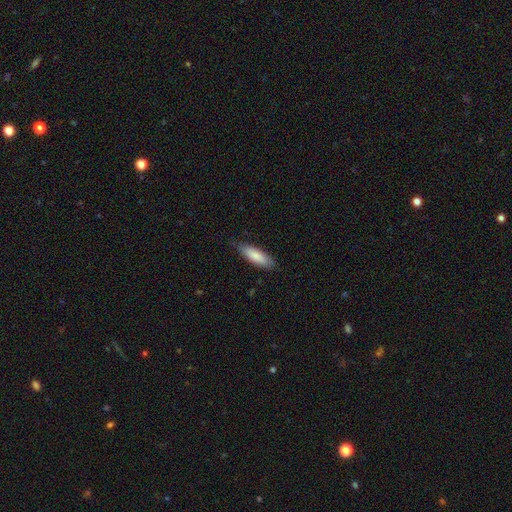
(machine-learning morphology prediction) type=smooth (84%); roundness=in between (52%); merging=none (80%).